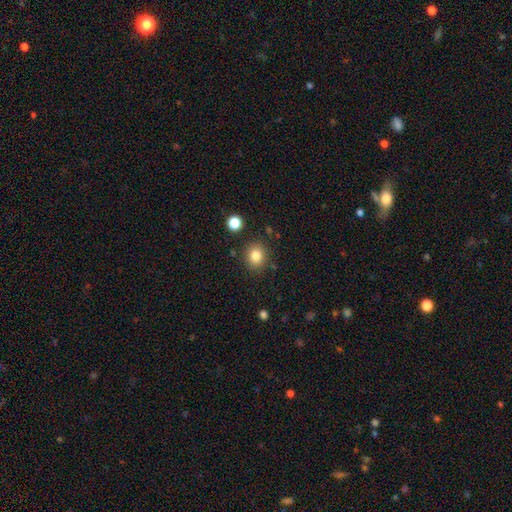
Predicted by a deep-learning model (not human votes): Q: Smooth or featured?
A: smooth (83%); runner-up: star or artifact (11%)
Q: How rounded?
A: round (77%); runner-up: in between (22%)
Q: Merging?
A: none (86%); runner-up: minor disturbance (8%)